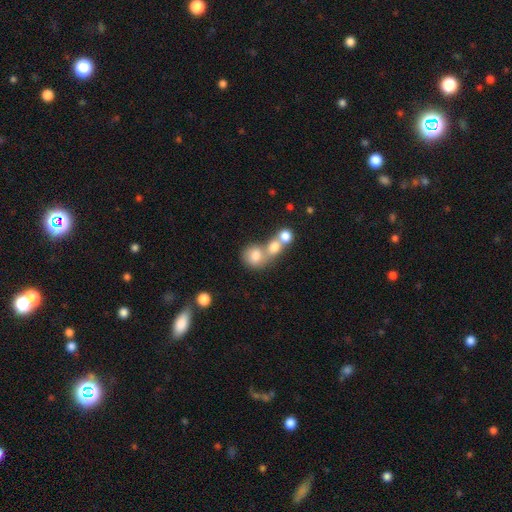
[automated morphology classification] Overall: smooth (73%). How rounded: round (73%). Merging: merger (60%; none 28%).